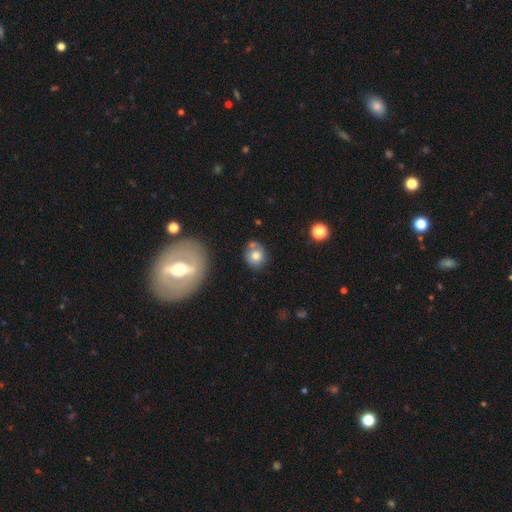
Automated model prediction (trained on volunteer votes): Smooth or featured: smooth — 73% (featured or disk — 17%)
How rounded: round — 76% (in between — 22%)
Merging: none — 62% (minor disturbance — 17%)